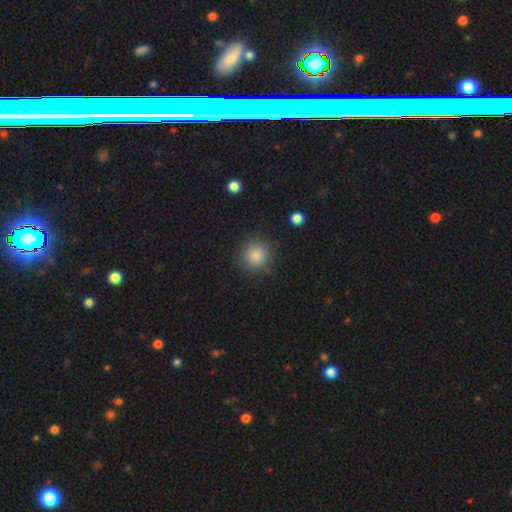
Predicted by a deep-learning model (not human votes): smooth_or_featured: smooth (p=0.85) [alt: star or artifact p=0.11]
how_rounded: round (p=0.93) [alt: in between p=0.06]
merging: none (p=0.89) [alt: minor disturbance p=0.07]